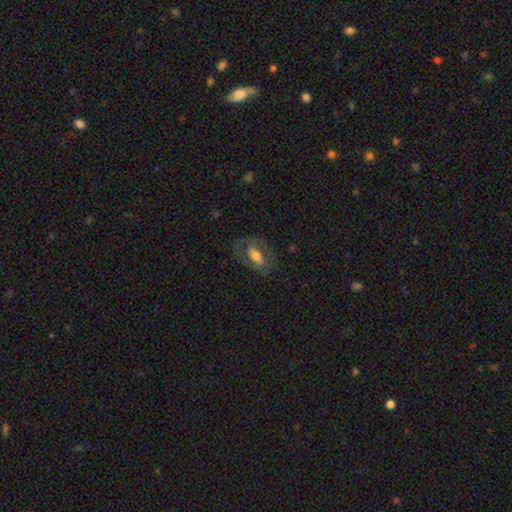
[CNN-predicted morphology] A featured or disk galaxy (49%). Merging: none (68%).